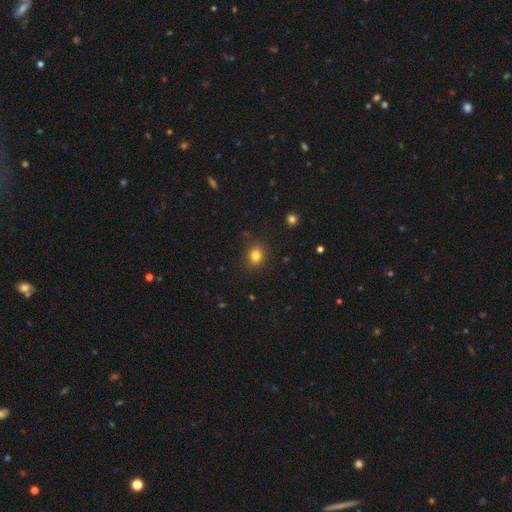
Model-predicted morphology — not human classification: A smooth galaxy with no disk features (81%) that is round (69%).

Vote fractions:
- Smooth or featured? smooth: 81% / star or artifact: 13% / featured or disk: 6%
- How rounded? round: 69% / in between: 30% / cigar-shaped: 1%
- Merging? none: 87% / minor disturbance: 9% / major disturbance: 3% / merger: 1%